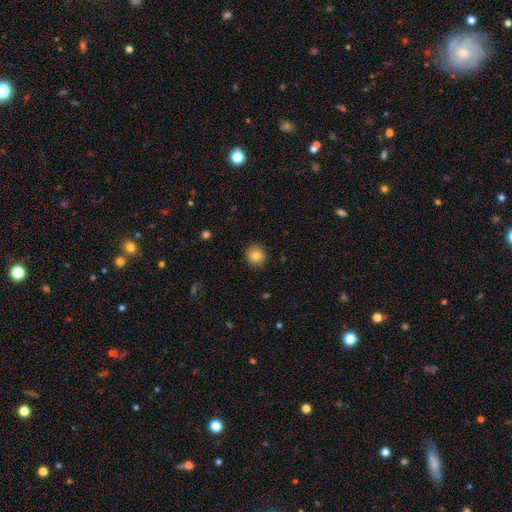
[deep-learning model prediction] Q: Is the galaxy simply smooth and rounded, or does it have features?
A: smooth — 82%.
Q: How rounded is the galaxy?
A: round — 91%.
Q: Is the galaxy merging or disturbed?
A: none — 91%.